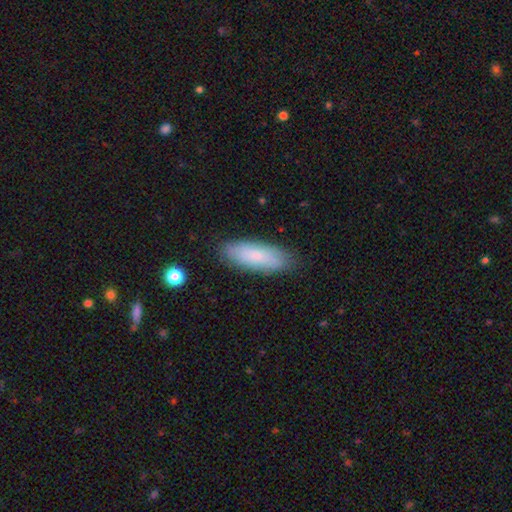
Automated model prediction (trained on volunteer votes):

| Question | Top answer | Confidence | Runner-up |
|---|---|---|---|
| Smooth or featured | smooth | 82% | featured or disk (12%) |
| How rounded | in between | 62% | cigar-shaped (36%) |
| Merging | none | 84% | minor disturbance (12%) |